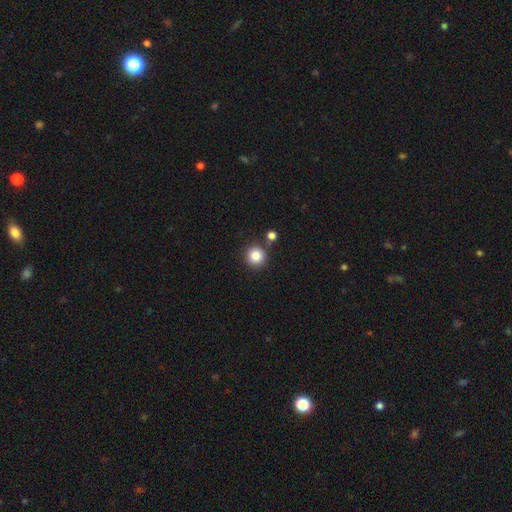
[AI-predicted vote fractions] Overall: smooth (85%). How rounded: round (95%). Merging: none (82%).